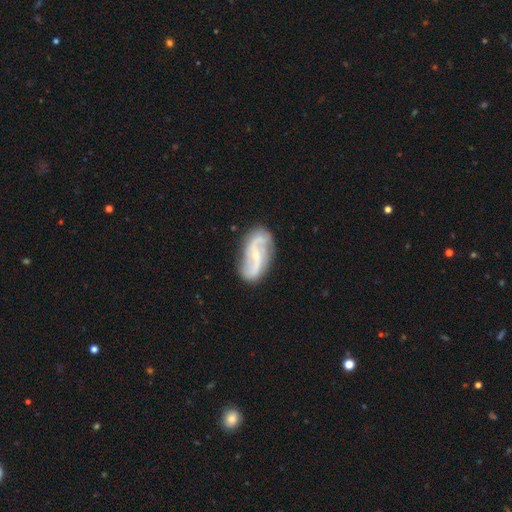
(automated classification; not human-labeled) This is clearly a featured or disk galaxy (84%). It is clearly not viewed edge-on (96%). Bar: marginally weak (42%). Spiral arm pattern: clearly yes (94%). Spiral arm count: clearly 2 (85%). Spiral winding: possibly loose (56%). Central bulge: likely small (69%). Merging: likely none (79%).